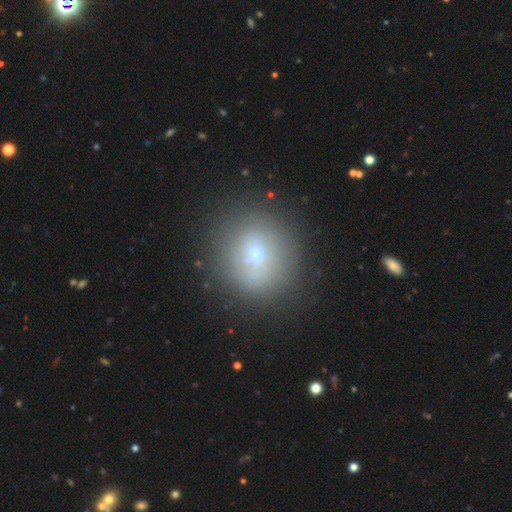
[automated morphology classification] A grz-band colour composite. It shows a smooth galaxy with no disk features (59%) that is round (87%). Merging: none (75%).